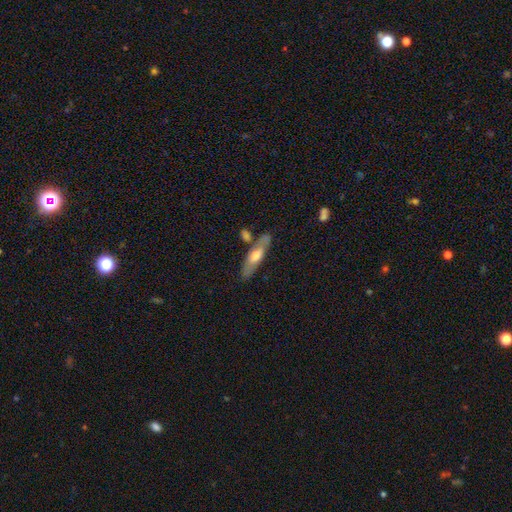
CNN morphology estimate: smooth 48%, featured or disk 46%, star or artifact 6%. Down the decision tree: merging — none (72%).